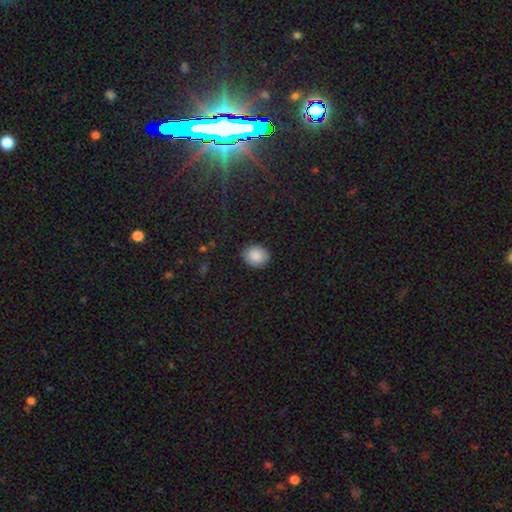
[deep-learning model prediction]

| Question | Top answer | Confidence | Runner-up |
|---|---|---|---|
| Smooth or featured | smooth | 88% | star or artifact (8%) |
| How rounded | round | 62% | in between (37%) |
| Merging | none | 89% | minor disturbance (8%) |